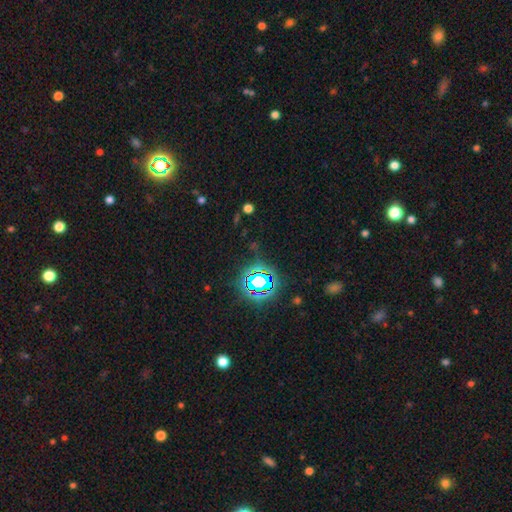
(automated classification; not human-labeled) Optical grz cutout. It shows a star or artifact, not a galaxy (80%).